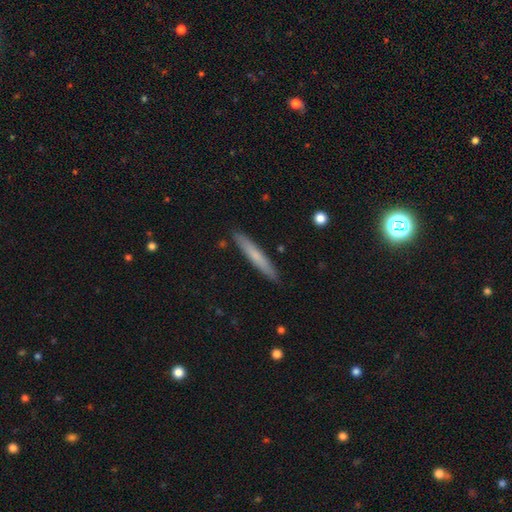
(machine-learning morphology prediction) This appears to be a smooth galaxy with no disk features (64%) that is cigar-shaped (95%). Merging: none (90%).